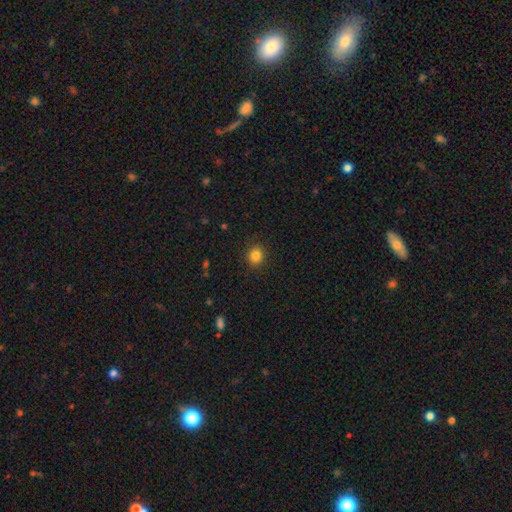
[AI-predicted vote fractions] smooth_or_featured: smooth (p=0.84) [alt: star or artifact p=0.11]
how_rounded: round (p=0.81) [alt: in between p=0.18]
merging: none (p=0.90) [alt: minor disturbance p=0.07]